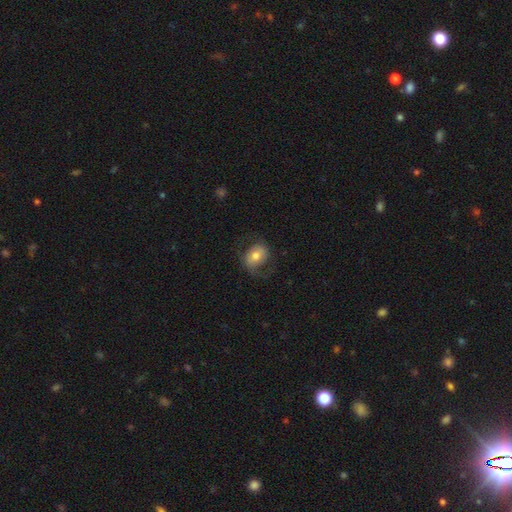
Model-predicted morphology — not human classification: A smooth galaxy with no disk features (48%). Merging: none (63%).